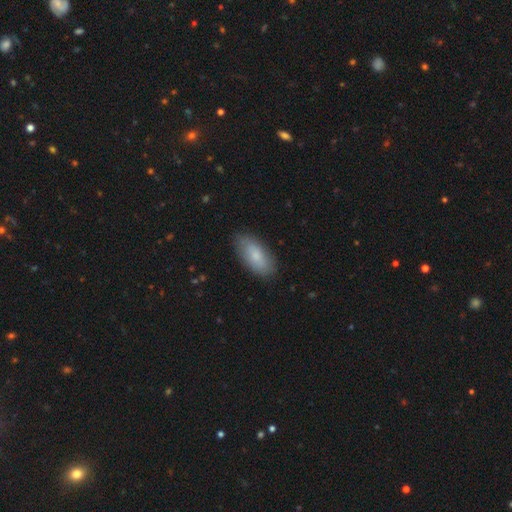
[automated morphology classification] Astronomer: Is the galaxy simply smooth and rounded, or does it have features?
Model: smooth — 80%.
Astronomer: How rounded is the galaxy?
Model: in between — 88%.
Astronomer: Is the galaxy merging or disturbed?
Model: none — 84%.